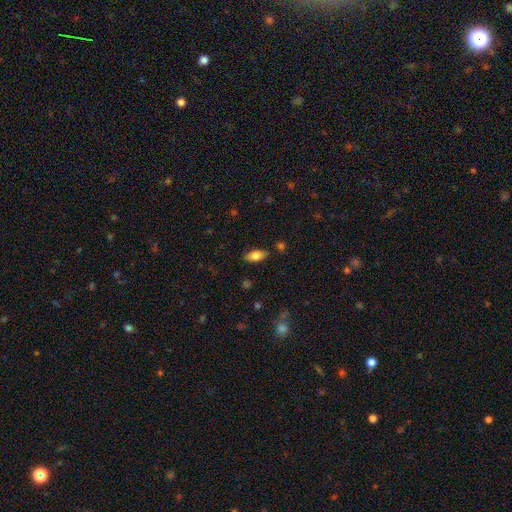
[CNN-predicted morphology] Smooth or featured? smooth (80%)
How rounded? in between (88%)
Merging? none (83%)